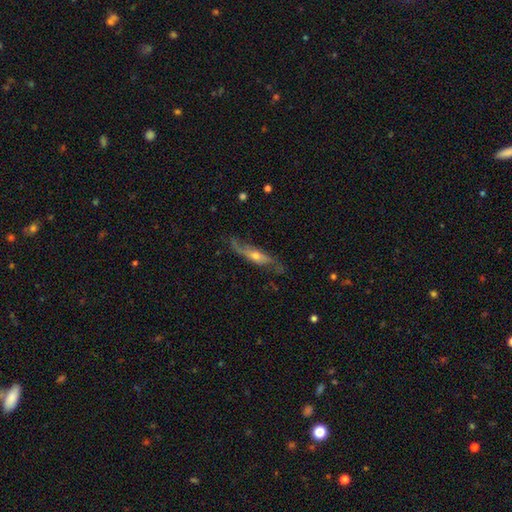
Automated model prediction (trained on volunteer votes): This appears to be a featured or disk galaxy (71%). Merging: none (63%).